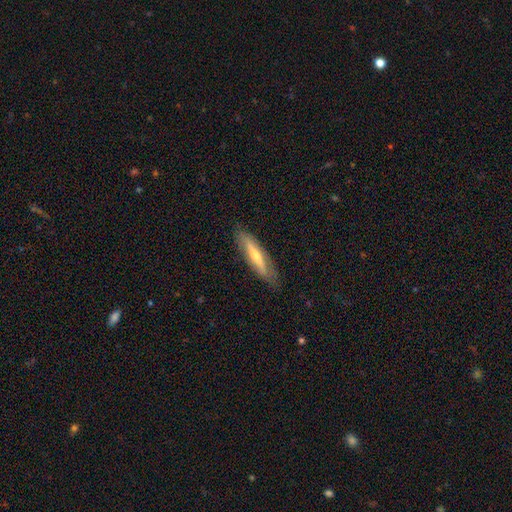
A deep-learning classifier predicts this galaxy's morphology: The model was most divided on "smooth or featured": featured or disk: 54%, smooth: 39%, star or artifact: 7%. More confident: merging — none (84%); edge-on disk — yes (73%).